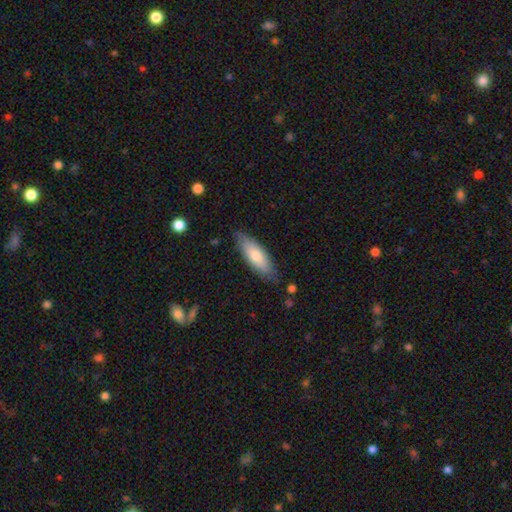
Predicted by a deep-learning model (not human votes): smooth 70%, featured or disk 25%, star or artifact 6%. Down the decision tree: how rounded — in between (58%); merging — none (81%).